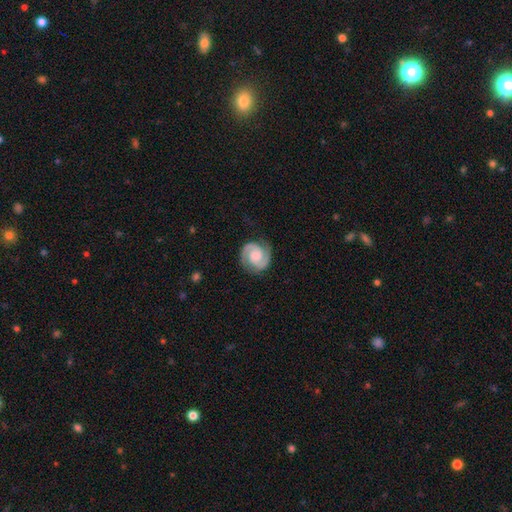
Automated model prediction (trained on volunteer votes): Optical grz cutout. It shows a featured or disk galaxy (88%) with no bar (60%), 2 (94%) tight (51%) spiral arms (98%) and a moderate central bulge (38%). Merging: none (83%).